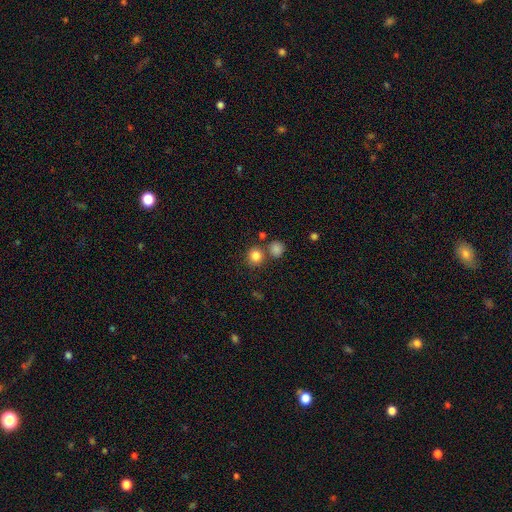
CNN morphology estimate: smooth-or-featured: smooth: 83% | star or artifact: 12% | featured or disk: 5%
  how-rounded: round: 89% | in between: 10% | cigar-shaped: 1%
  merging: none: 73% | merger: 15% | minor disturbance: 8% | major disturbance: 3%